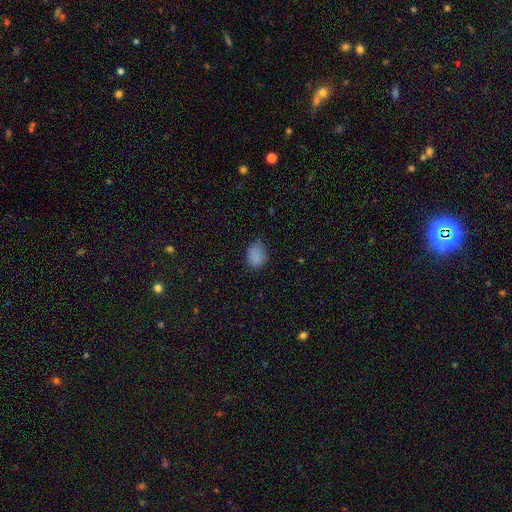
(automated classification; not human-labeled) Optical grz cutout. It shows a smooth galaxy with no disk features (84%) that is in between round and cigar-shaped (66%). Merging: none (55%).